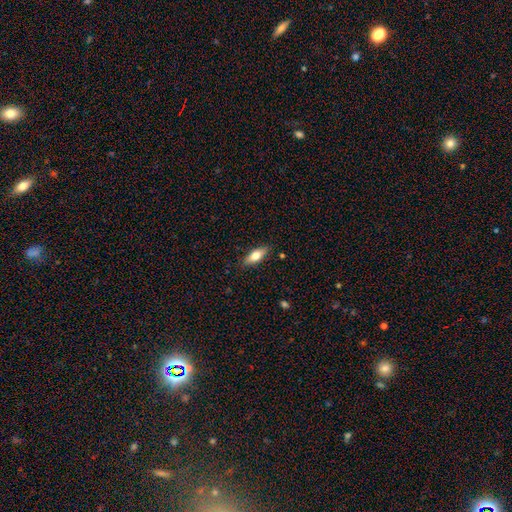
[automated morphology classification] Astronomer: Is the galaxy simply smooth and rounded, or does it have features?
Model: smooth — 67%.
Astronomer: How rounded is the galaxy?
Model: in between — 66%.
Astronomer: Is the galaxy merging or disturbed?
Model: none — 86%.